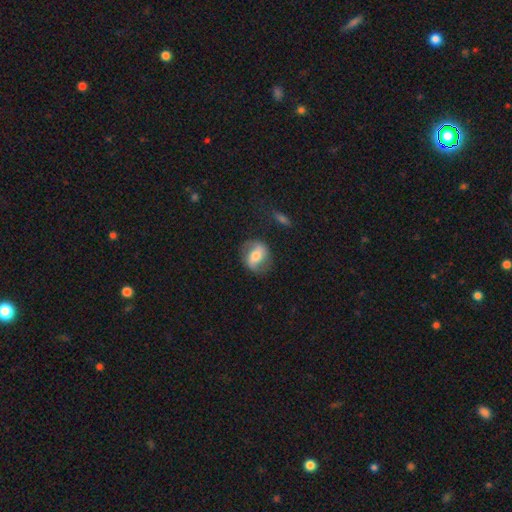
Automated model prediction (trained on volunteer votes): smooth-or-featured: featured or disk: 52% | smooth: 41% | star or artifact: 7%
  disk-edge-on: no: 92% | yes: 8%
  merging: none: 74% | minor disturbance: 16% | major disturbance: 8% | merger: 2%